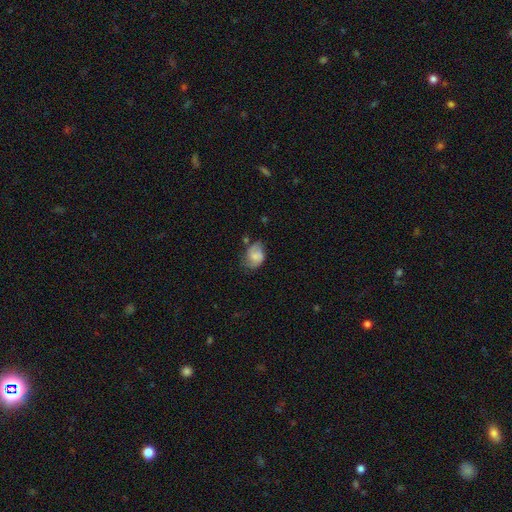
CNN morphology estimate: Q: Smooth or featured?
A: smooth (55%); runner-up: featured or disk (36%)
Q: How rounded?
A: in between (69%); runner-up: round (30%)
Q: Merging?
A: none (46%); runner-up: minor disturbance (33%)